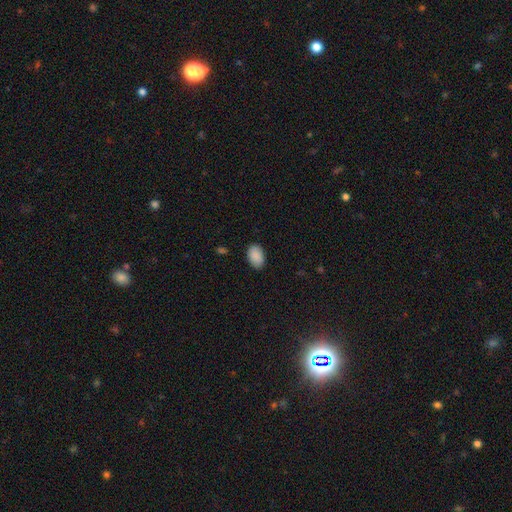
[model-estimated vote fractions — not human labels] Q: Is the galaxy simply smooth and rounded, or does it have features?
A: smooth — 91%.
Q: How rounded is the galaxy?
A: in between — 90%.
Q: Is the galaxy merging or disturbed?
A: none — 87%.